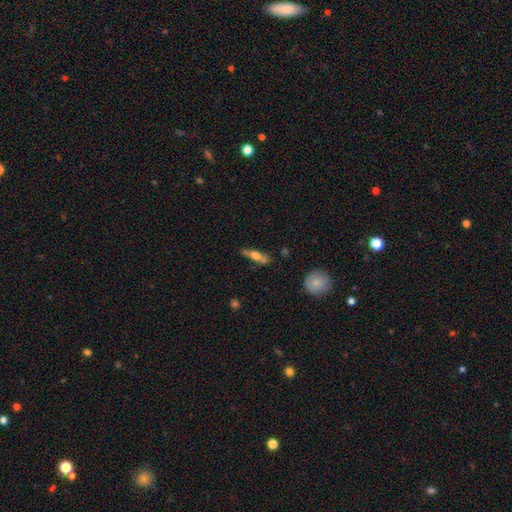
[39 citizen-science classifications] Overall: smooth (54%; featured or disk 44%). How rounded: cigar-shaped (62%; in between 33%). Merging: none (63%).